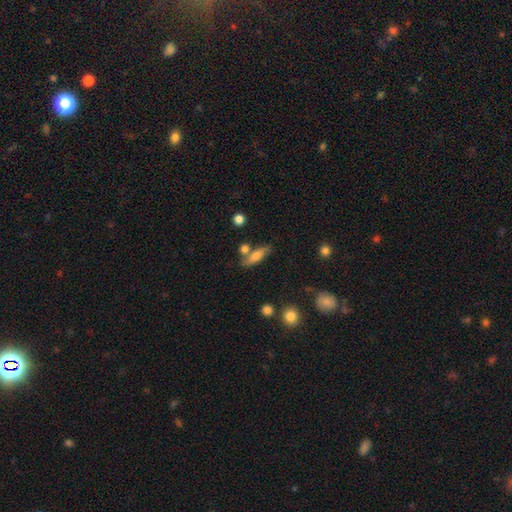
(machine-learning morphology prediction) A smooth galaxy with no disk features (64%) that is cigar-shaped (52%). Merging: none (65%).